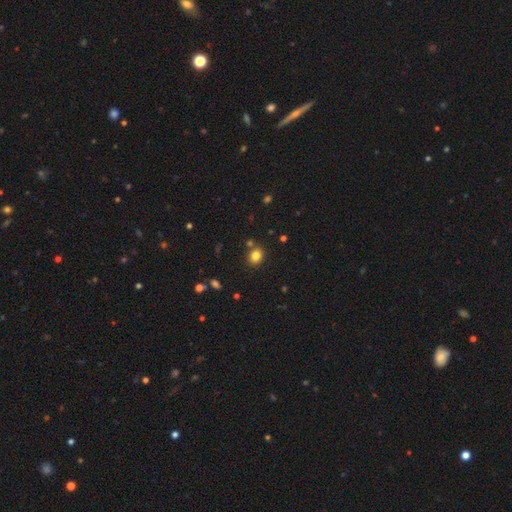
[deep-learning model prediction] Smooth or featured: smooth — 81% (star or artifact — 13%)
How rounded: round — 67% (in between — 32%)
Merging: none — 80% (minor disturbance — 9%)